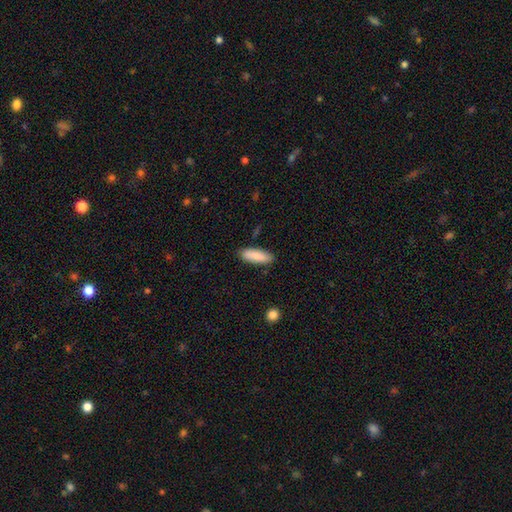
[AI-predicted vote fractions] smooth-or-featured: smooth: 88% | featured or disk: 7% | star or artifact: 6%
  how-rounded: in between: 54% | cigar-shaped: 44% | round: 2%
  merging: none: 86% | minor disturbance: 10% | major disturbance: 2% | merger: 2%